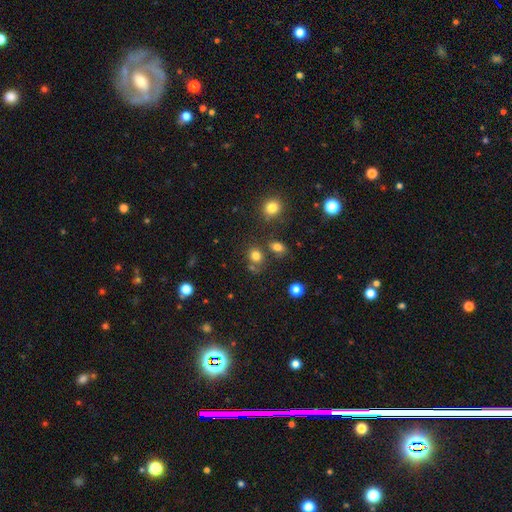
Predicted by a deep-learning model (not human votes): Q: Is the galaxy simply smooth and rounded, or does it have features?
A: smooth — 78%.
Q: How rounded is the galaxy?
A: round — 69%.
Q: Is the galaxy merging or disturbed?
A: none — 67%.